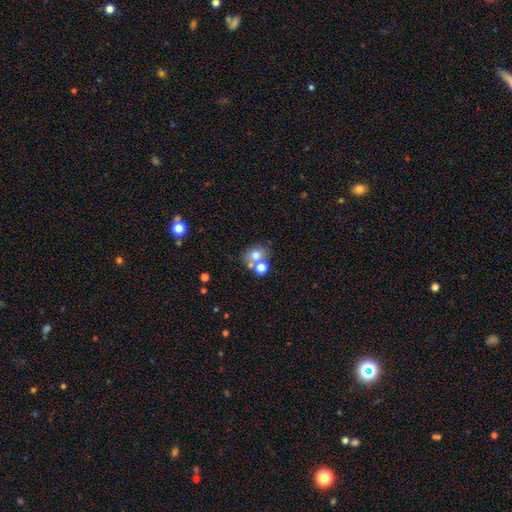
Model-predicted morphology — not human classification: A smooth galaxy with no disk features (69%) that is round (58%).

Vote fractions:
- Smooth or featured? smooth: 69% / featured or disk: 17% / star or artifact: 14%
- How rounded? round: 58% / in between: 41% / cigar-shaped: 1%
- Merging? none: 50% / merger: 36% / minor disturbance: 10% / major disturbance: 5%